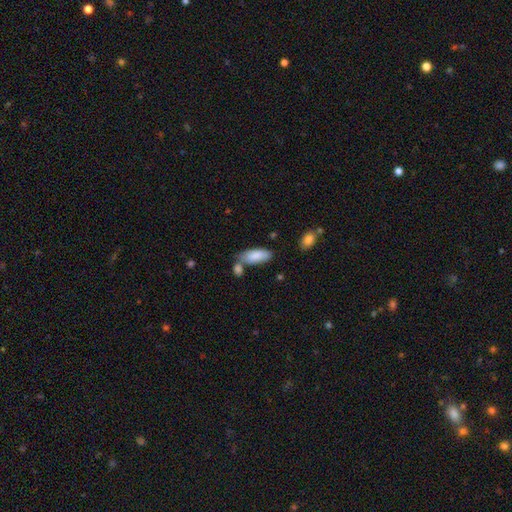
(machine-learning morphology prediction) This appears to be a smooth galaxy with no disk features (86%) that is in between round and cigar-shaped (82%). Merging: none (59%).